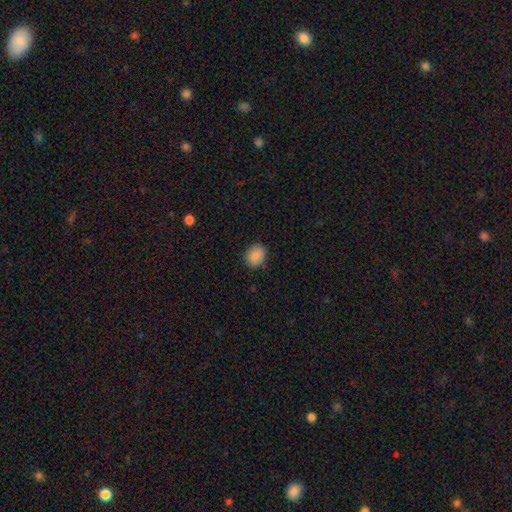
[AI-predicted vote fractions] A smooth galaxy with no disk features (88%) that is round (62%).

Vote fractions:
- Smooth or featured? smooth: 88% / star or artifact: 8% / featured or disk: 4%
- How rounded? round: 62% / in between: 37% / cigar-shaped: 1%
- Merging? none: 85% / minor disturbance: 11% / major disturbance: 3% / merger: 1%